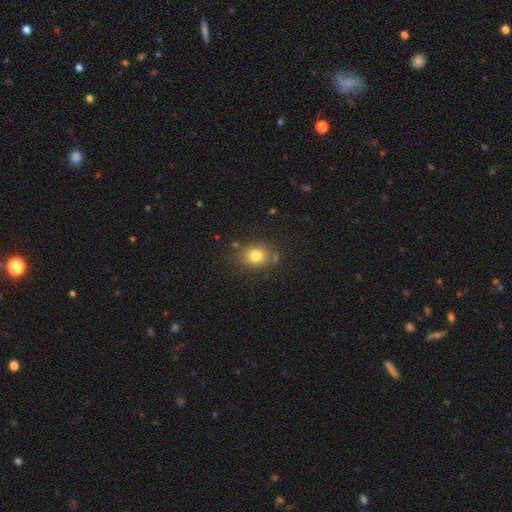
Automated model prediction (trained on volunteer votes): This is clearly a smooth galaxy (80%). How rounded: possibly round (50%). Merging: likely none (77%).